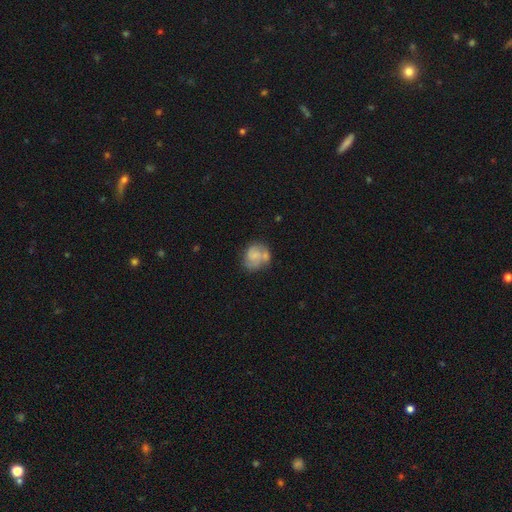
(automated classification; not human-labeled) A smooth galaxy with no disk features (53%) that is round (64%). Merging: none (39%).